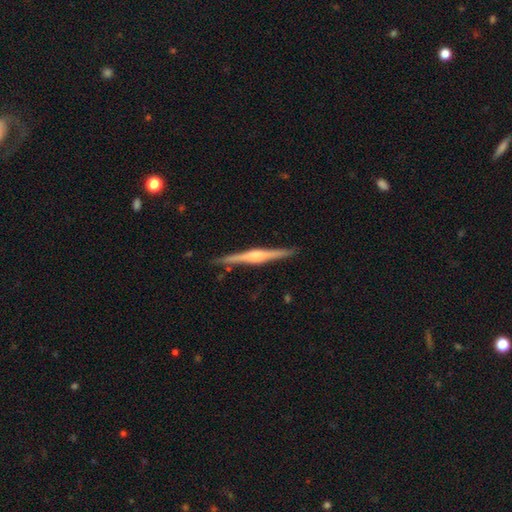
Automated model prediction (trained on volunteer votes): Smooth or featured: featured or disk — 79% (smooth — 16%)
Edge-on disk: yes — 98% (no — 2%)
Edge-on bulge: rounded — 79% (boxy — 12%)
Merging: none — 90% (minor disturbance — 7%)